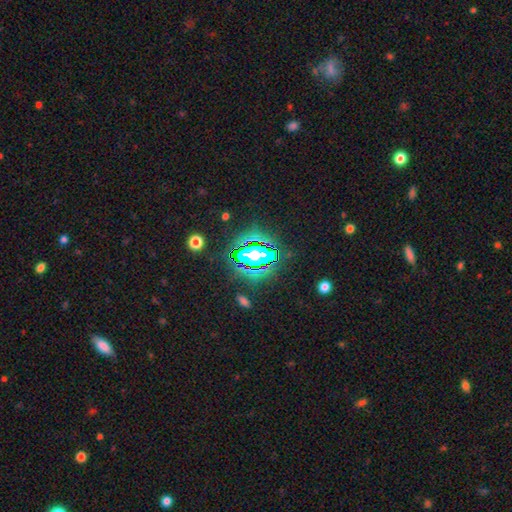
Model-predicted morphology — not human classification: Overall: star or artifact (73%).